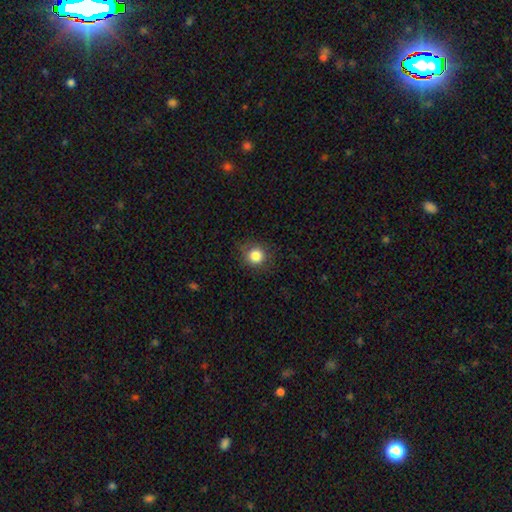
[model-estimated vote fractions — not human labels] This appears to be a smooth galaxy with no disk features (83%) that is round (91%). Merging: none (82%).